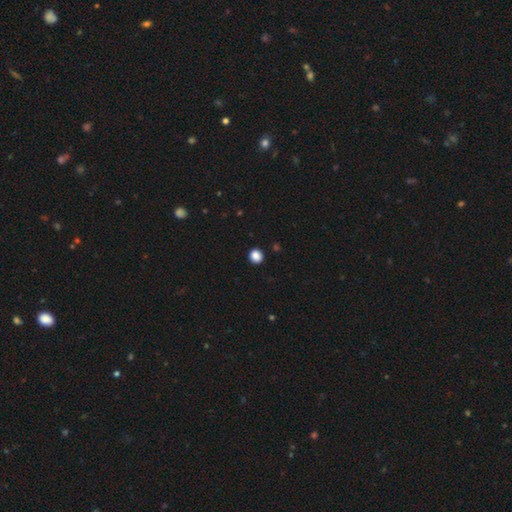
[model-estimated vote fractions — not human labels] The model was most divided on "how rounded": round: 87%, in between: 12%, cigar-shaped: 1%. More confident: merging — none (92%); smooth or featured — smooth (87%).